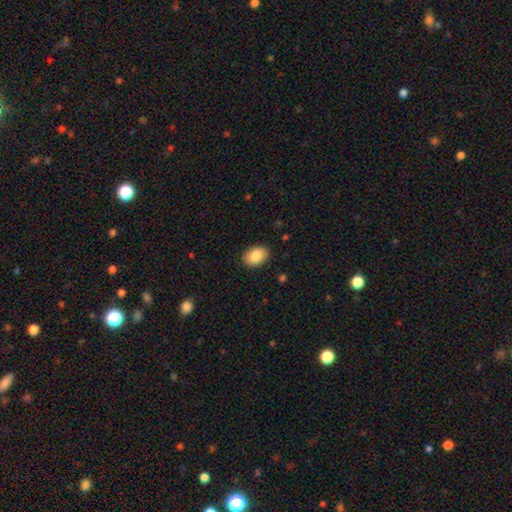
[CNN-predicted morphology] The model was most divided on "how rounded": in between: 82%, round: 17%, cigar-shaped: 1%. More confident: merging — none (88%); smooth or featured — smooth (87%).